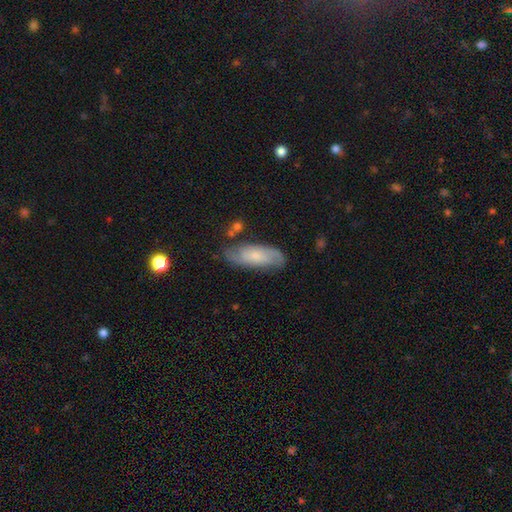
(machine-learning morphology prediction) smooth_or_featured: featured or disk (p=0.52) [alt: smooth p=0.41]
disk_edge_on: no (p=0.86) [alt: yes p=0.14]
merging: none (p=0.72) [alt: minor disturbance p=0.19]